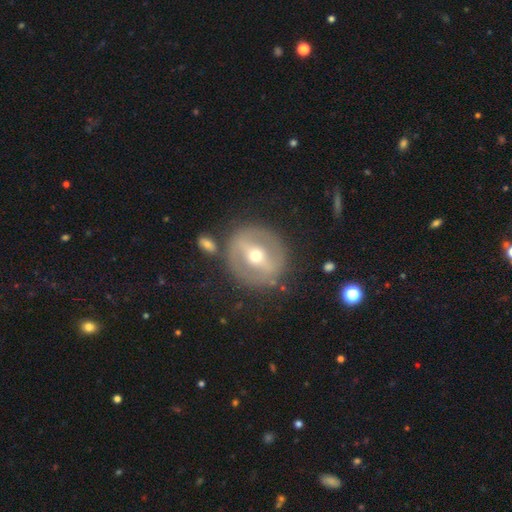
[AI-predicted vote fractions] Smooth or featured? featured or disk (72%)
Edge-on disk? no (90%)
Bar? strong (58%)
Spiral arms? no (66%)
Bulge size? moderate (63%)
Merging? none (79%)